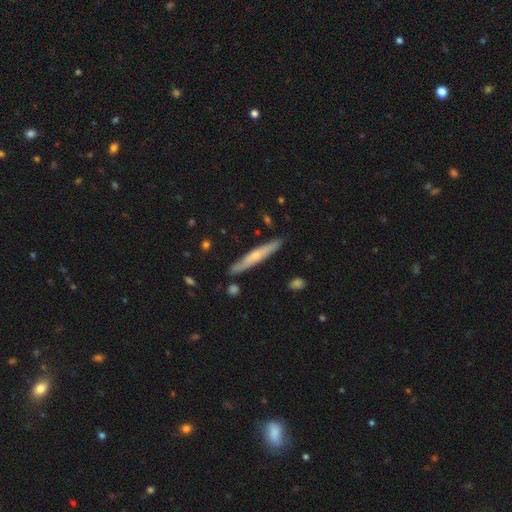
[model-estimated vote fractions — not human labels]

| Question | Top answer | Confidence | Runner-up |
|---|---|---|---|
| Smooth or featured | featured or disk | 49% | smooth (45%) |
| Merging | none | 84% | minor disturbance (11%) |